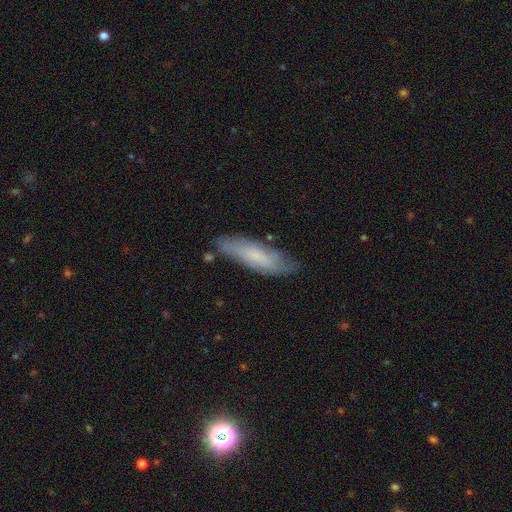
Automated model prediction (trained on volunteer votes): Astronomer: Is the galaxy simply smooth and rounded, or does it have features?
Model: smooth — 63%.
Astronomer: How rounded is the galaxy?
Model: cigar-shaped — 61% (runner-up: in between, 38%).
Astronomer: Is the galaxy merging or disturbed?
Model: none — 74%.